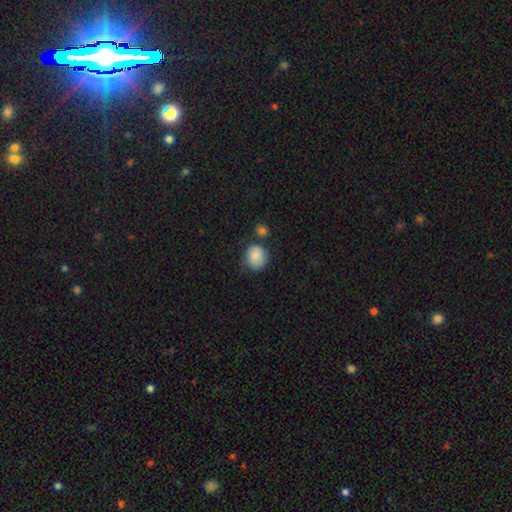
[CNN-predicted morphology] The model was most divided on "merging": none: 63%, minor disturbance: 22%, merger: 10%, major disturbance: 6%. More confident: smooth or featured — smooth (81%); how rounded — round (78%).